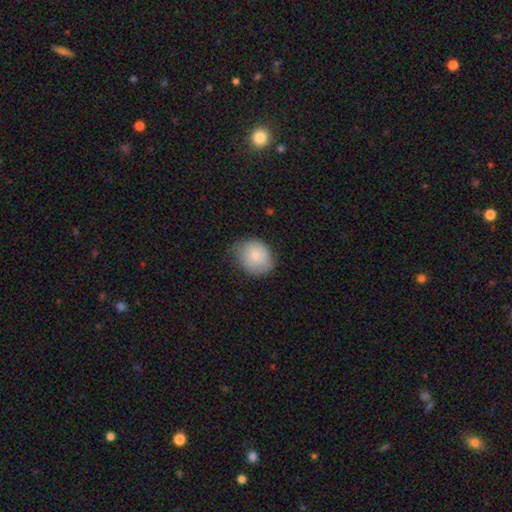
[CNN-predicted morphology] Smooth or featured? Predicted: smooth (p=0.78). How rounded? Predicted: round (p=0.60). Merging? Predicted: none (p=0.62).